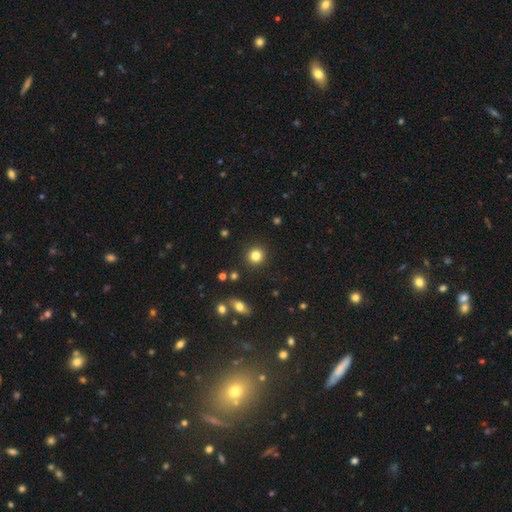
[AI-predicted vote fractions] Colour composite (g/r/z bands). It shows a smooth galaxy with no disk features (83%) that is round (92%). Merging: none (91%).